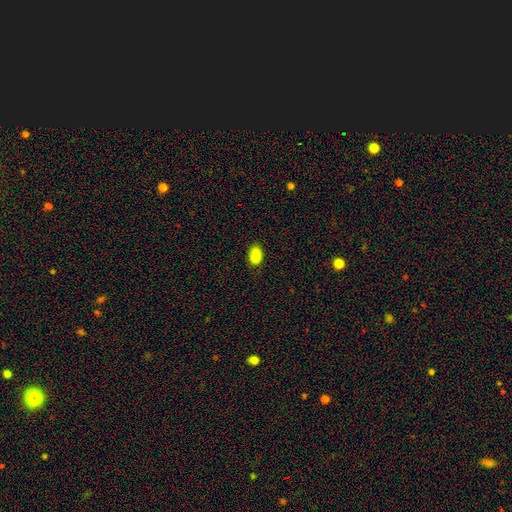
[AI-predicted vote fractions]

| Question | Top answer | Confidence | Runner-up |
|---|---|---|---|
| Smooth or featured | smooth | 88% | star or artifact (9%) |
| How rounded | in between | 90% | round (9%) |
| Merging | none | 84% | minor disturbance (12%) |